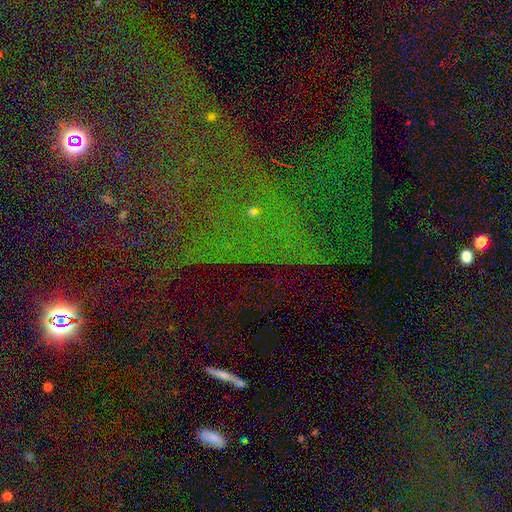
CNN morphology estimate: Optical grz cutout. It shows a star or artifact, not a galaxy (76%).